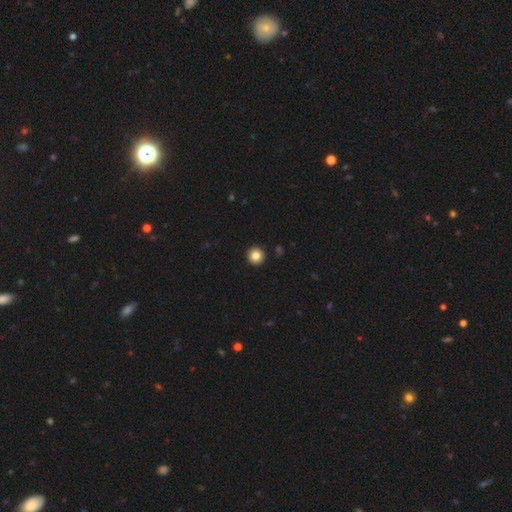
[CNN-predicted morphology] The model was most divided on "smooth or featured": smooth: 84%, star or artifact: 10%, featured or disk: 6%. More confident: how rounded — round (96%); merging — none (94%).